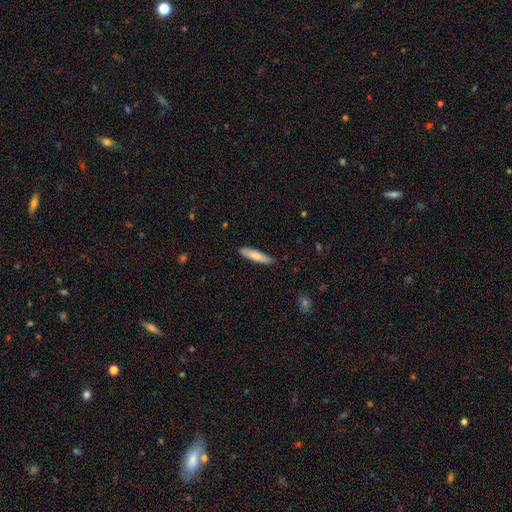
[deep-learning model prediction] The model was most divided on "smooth or featured": smooth: 73%, featured or disk: 22%, star or artifact: 5%. More confident: merging — none (87%); how rounded — cigar-shaped (81%).